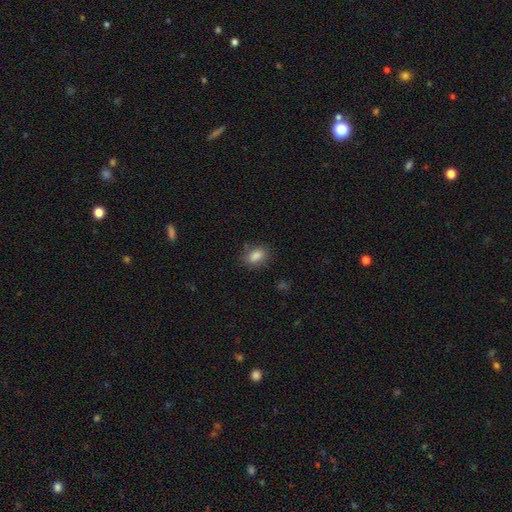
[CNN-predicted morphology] Overall: smooth (86%). How rounded: in between (80%). Merging: none (80%).